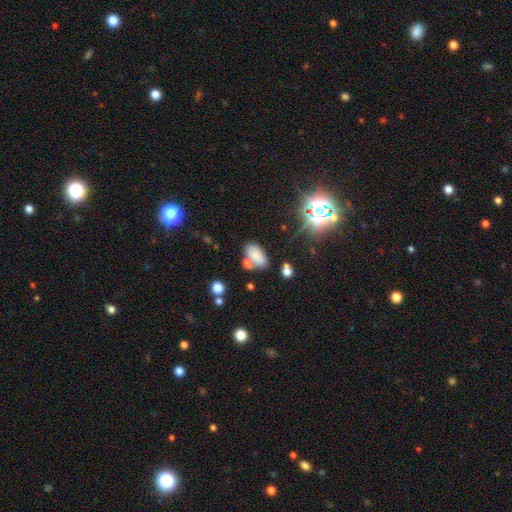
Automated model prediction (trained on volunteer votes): Q: Smooth or featured?
A: smooth (73%); runner-up: star or artifact (15%)
Q: How rounded?
A: in between (93%); runner-up: round (4%)
Q: Merging?
A: none (56%); runner-up: merger (24%)